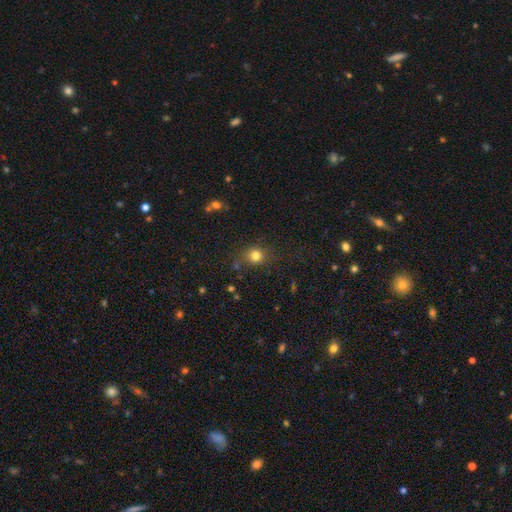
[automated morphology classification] Smooth or featured? Predicted: smooth (p=0.79). How rounded? Predicted: round (p=0.83). Merging? Predicted: none (p=0.77).